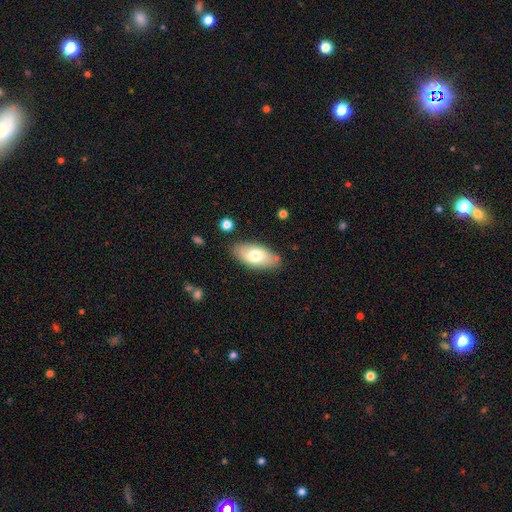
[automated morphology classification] Smooth or featured? Predicted: smooth (p=0.72). How rounded? Predicted: in between (p=0.92). Merging? Predicted: none (p=0.83).